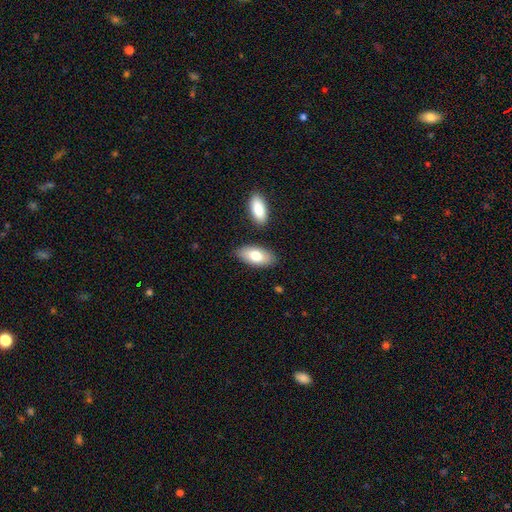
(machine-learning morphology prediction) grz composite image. It shows a smooth galaxy with no disk features (77%) that is in between round and cigar-shaped (91%). Merging: none (82%).